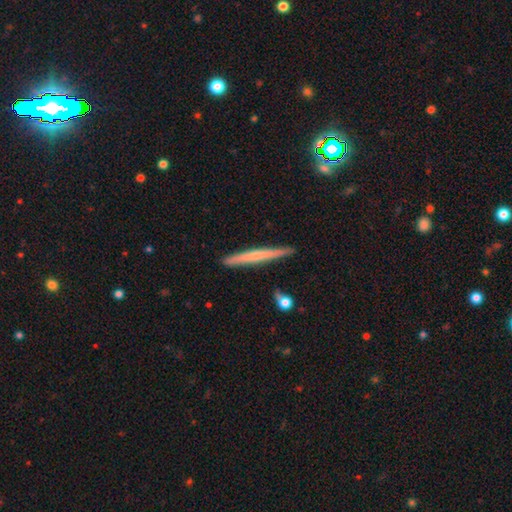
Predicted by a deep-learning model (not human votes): smooth_or_featured: featured or disk (p=0.48) [alt: smooth p=0.46]
merging: none (p=0.89) [alt: minor disturbance p=0.08]